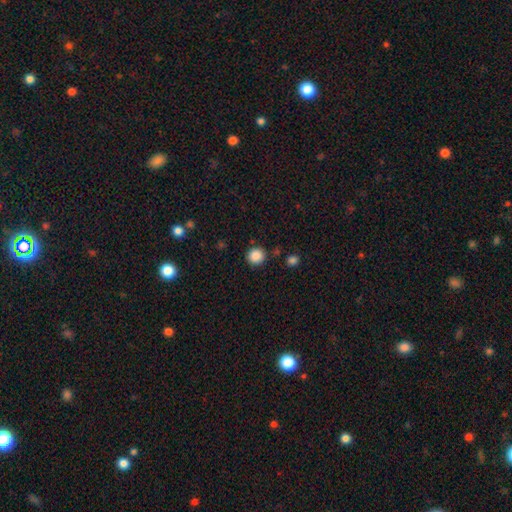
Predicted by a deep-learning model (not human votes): Overall: smooth (87%). How rounded: round (92%). Merging: none (87%).